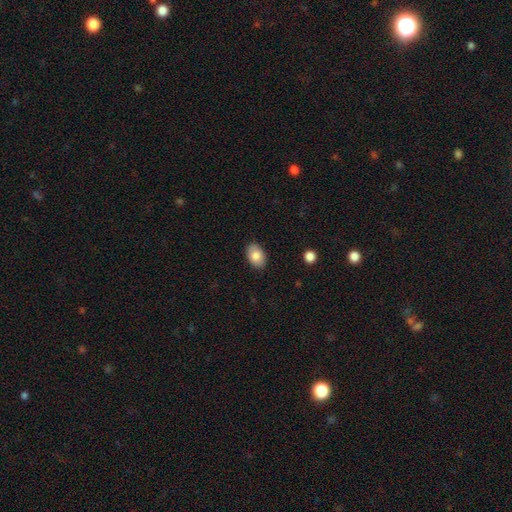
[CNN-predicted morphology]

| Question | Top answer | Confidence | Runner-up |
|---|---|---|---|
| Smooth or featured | smooth | 83% | featured or disk (10%) |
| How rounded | in between | 87% | round (12%) |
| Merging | none | 88% | minor disturbance (9%) |